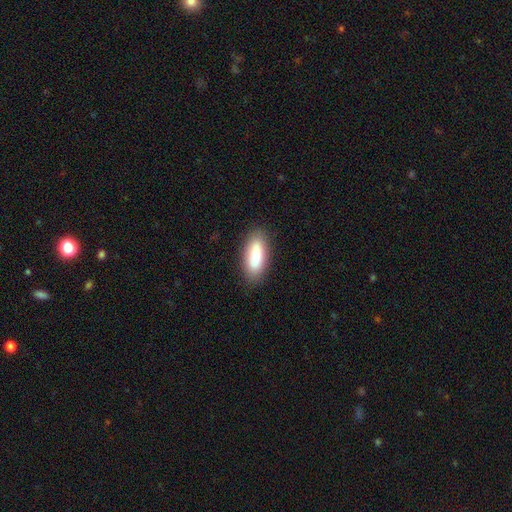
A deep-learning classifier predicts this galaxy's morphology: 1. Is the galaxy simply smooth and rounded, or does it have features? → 83% smooth, 11% featured or disk, 6% star or artifact.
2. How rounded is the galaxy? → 75% in between, 23% cigar-shaped, 2% round.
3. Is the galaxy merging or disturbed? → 85% none, 11% minor disturbance, 3% major disturbance, 1% merger.